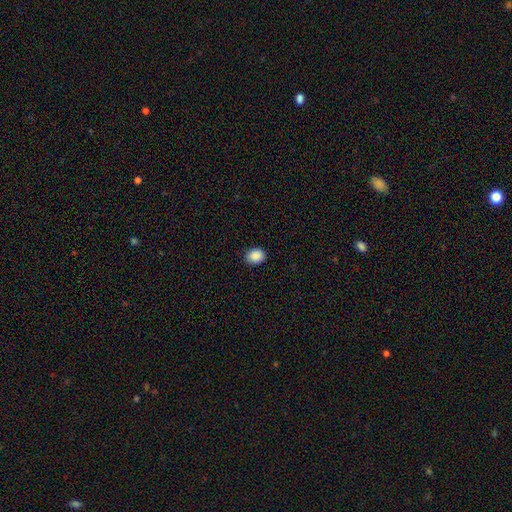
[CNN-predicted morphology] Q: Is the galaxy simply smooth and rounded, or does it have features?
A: smooth — 89%.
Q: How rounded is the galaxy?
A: round — 53%.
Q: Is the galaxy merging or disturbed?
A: none — 89%.